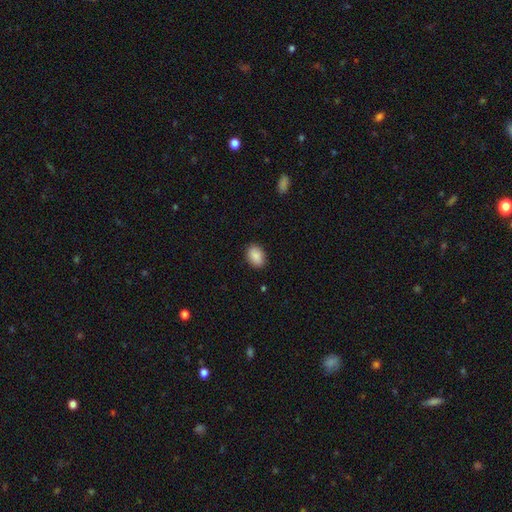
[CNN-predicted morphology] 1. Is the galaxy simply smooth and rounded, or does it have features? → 89% smooth, 7% star or artifact, 3% featured or disk.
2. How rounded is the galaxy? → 80% in between, 19% round, 1% cigar-shaped.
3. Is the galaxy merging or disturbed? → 88% none, 9% minor disturbance, 2% major disturbance, 1% merger.